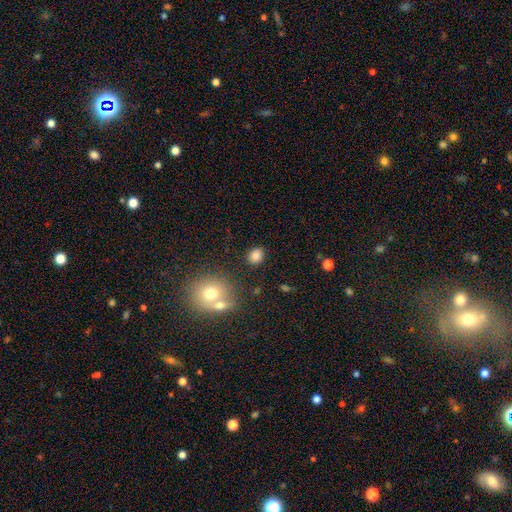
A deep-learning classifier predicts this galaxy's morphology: Smooth or featured? smooth (83%)
How rounded? round (53%)
Merging? none (83%)